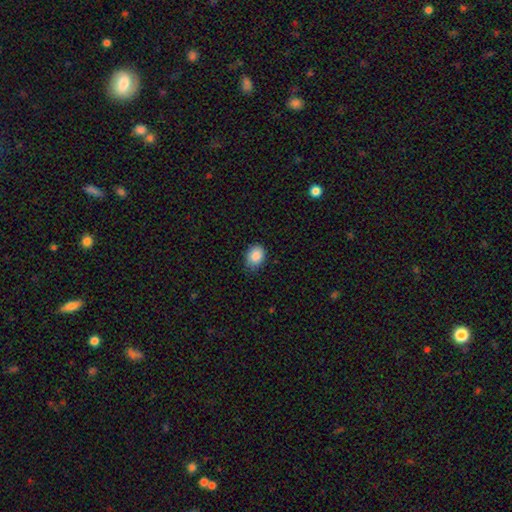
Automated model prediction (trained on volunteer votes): smooth 87%, star or artifact 9%, featured or disk 5%. Down the decision tree: how rounded — in between (57%); merging — none (75%).